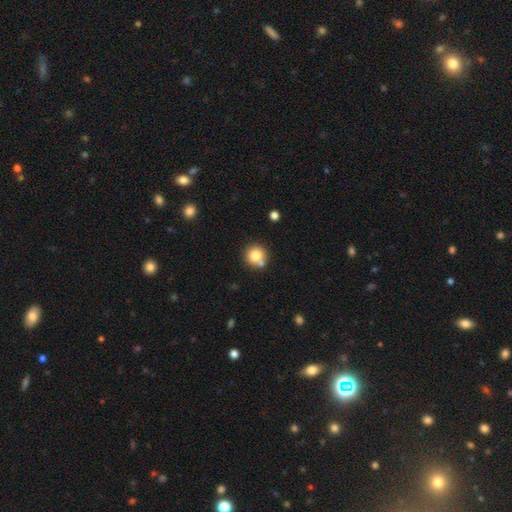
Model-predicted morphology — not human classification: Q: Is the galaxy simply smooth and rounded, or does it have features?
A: smooth — 80%.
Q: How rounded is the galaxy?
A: round — 93%.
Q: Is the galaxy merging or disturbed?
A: none — 70%.